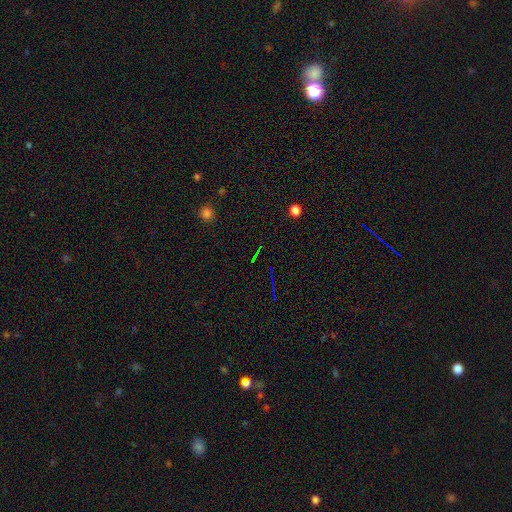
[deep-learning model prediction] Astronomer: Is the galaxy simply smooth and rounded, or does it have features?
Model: star or artifact — 75%.